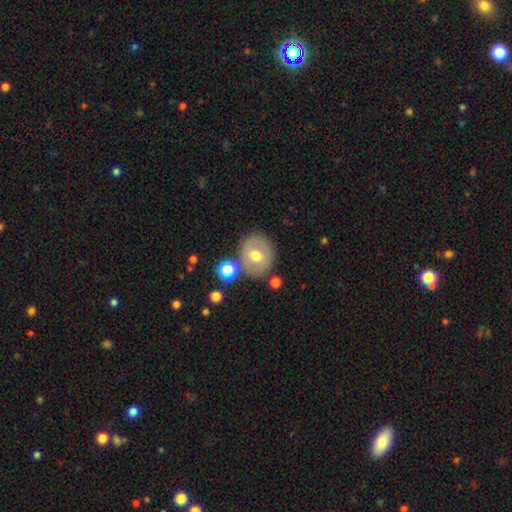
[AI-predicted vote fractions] smooth 58%, featured or disk 32%, star or artifact 10%. Down the decision tree: how rounded — round (77%); merging — none (70%).